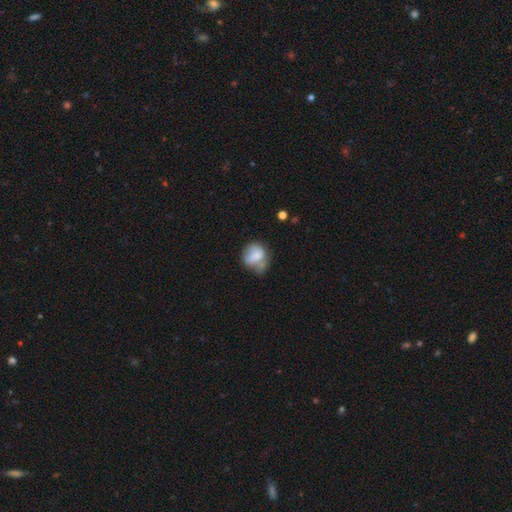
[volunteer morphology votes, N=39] A smooth galaxy with no disk features (69%) that is round (63%).

Vote fractions:
- Smooth or featured? smooth: 69% / featured or disk: 23% / star or artifact: 8%
- How rounded? round: 63% / in between: 37% / cigar-shaped: 0%
- Merging? merger: 33% / none: 31% / minor disturbance: 22% / major disturbance: 14%